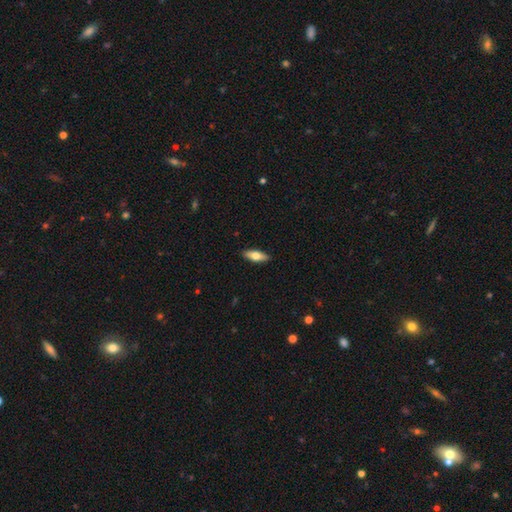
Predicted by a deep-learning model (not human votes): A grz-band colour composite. It shows a smooth galaxy with no disk features (66%) that is in between round and cigar-shaped (65%). Merging: none (90%).